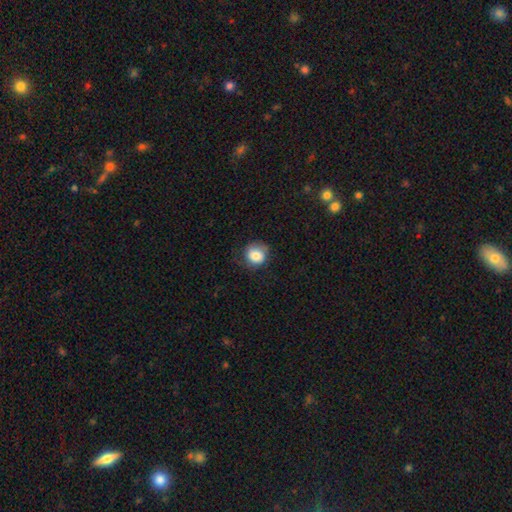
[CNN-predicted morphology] smooth 81%, featured or disk 10%, star or artifact 9%. Down the decision tree: how rounded — round (86%); merging — none (69%).